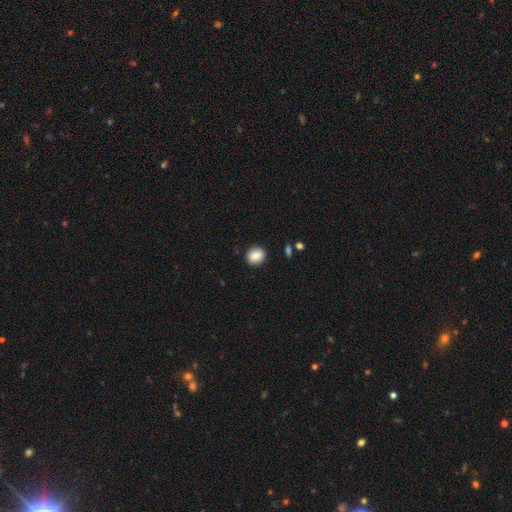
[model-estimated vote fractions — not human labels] Smooth or featured?
  - smooth: 87% *
  - star or artifact: 8%
  - featured or disk: 5%
How rounded?
  - round: 63% *
  - in between: 36%
  - cigar-shaped: 1%
Merging?
  - none: 88% *
  - minor disturbance: 8%
  - major disturbance: 2%
  - merger: 1%